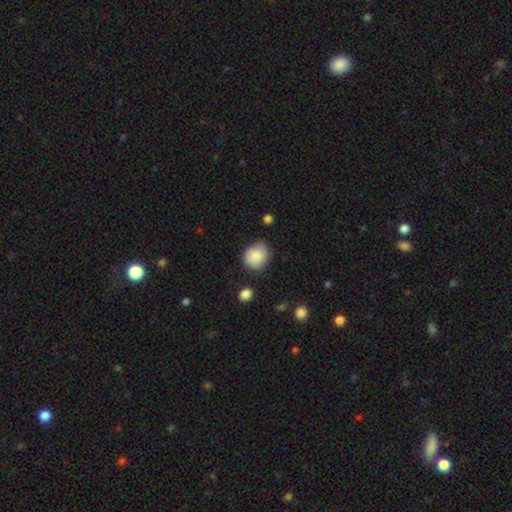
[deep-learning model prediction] Morphology: type=smooth (84%); roundness=round (70%); merging=none (69%).